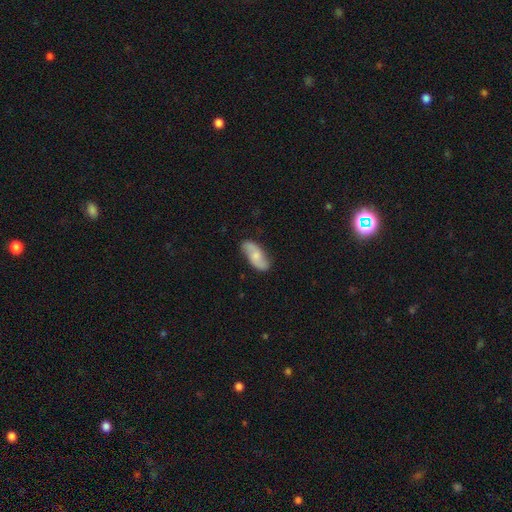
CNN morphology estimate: Q: Smooth or featured?
A: featured or disk (48%); runner-up: smooth (46%)
Q: Merging?
A: none (79%); runner-up: minor disturbance (16%)